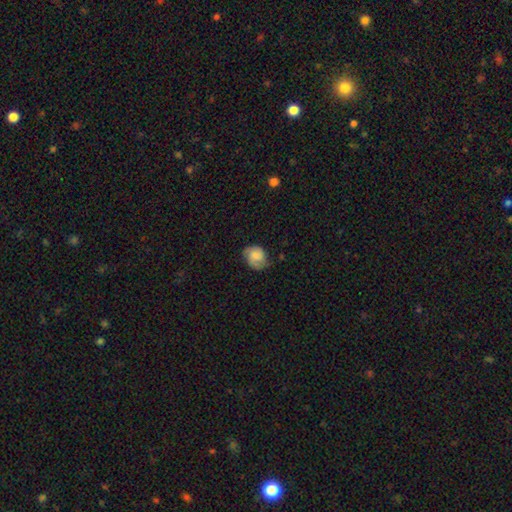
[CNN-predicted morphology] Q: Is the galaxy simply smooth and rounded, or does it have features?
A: smooth — 53%.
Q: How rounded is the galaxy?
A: round — 57%.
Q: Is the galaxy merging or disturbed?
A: none — 60%.